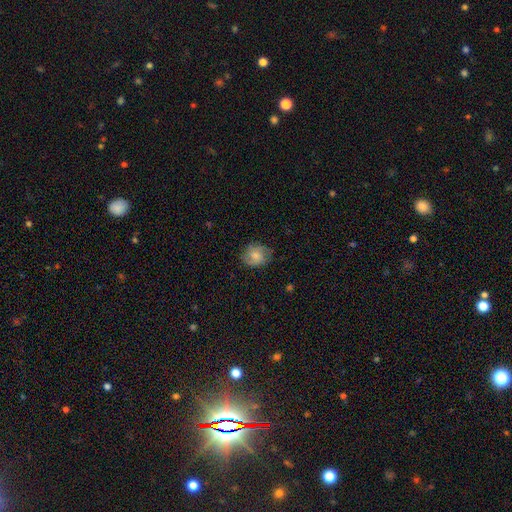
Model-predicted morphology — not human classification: A smooth galaxy with no disk features (60%) that is round (69%).

Vote fractions:
- Smooth or featured? smooth: 60% / featured or disk: 32% / star or artifact: 8%
- How rounded? round: 69% / in between: 30% / cigar-shaped: 1%
- Merging? none: 74% / minor disturbance: 19% / major disturbance: 5% / merger: 1%